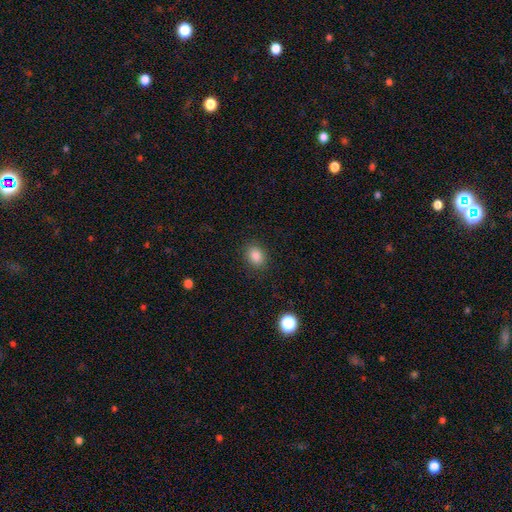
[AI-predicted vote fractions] A smooth galaxy with no disk features (85%) that is in between round and cigar-shaped (60%).

Vote fractions:
- Smooth or featured? smooth: 85% / star or artifact: 10% / featured or disk: 4%
- How rounded? in between: 60% / round: 39% / cigar-shaped: 1%
- Merging? none: 88% / minor disturbance: 9% / major disturbance: 3% / merger: 1%